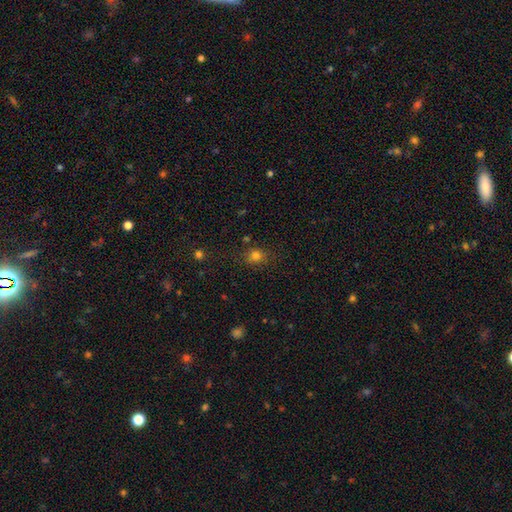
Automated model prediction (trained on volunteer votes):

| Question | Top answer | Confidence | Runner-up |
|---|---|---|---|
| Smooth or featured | smooth | 78% | star or artifact (15%) |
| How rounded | round | 71% | in between (27%) |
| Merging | none | 77% | minor disturbance (14%) |